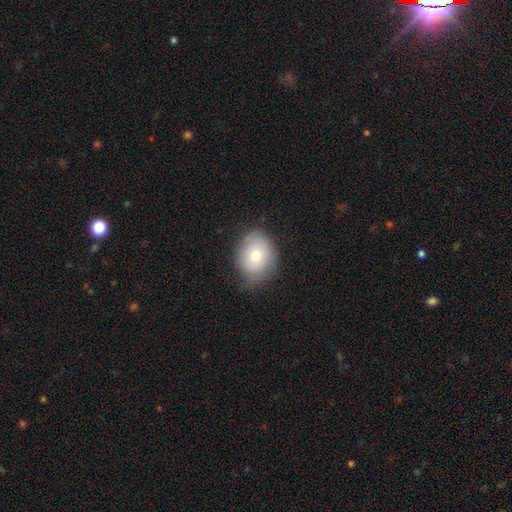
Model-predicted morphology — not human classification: smooth 73%, featured or disk 18%, star or artifact 8%. Down the decision tree: how rounded — in between (53%); merging — none (73%).